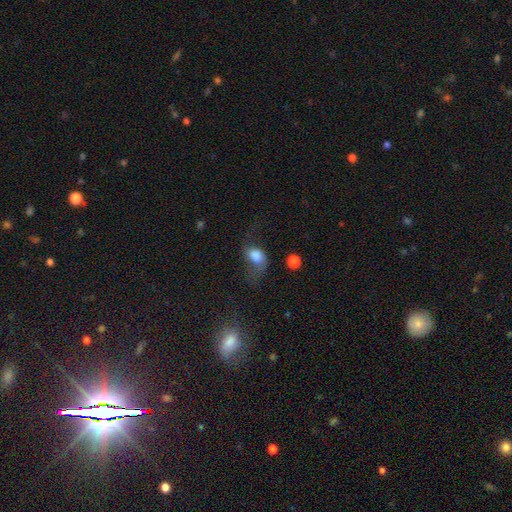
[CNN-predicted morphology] Q: Smooth or featured?
A: smooth (68%); runner-up: featured or disk (22%)
Q: How rounded?
A: in between (71%); runner-up: round (27%)
Q: Merging?
A: major disturbance (45%); runner-up: none (27%)